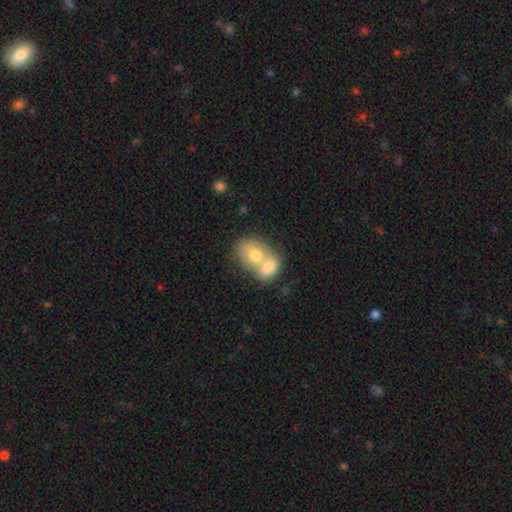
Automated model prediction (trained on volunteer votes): A smooth galaxy with no disk features (67%) that is in between round and cigar-shaped (60%).

Vote fractions:
- Smooth or featured? smooth: 67% / featured or disk: 25% / star or artifact: 7%
- How rounded? in between: 60% / round: 39% / cigar-shaped: 1%
- Merging? merger: 77% / none: 15% / minor disturbance: 6% / major disturbance: 3%